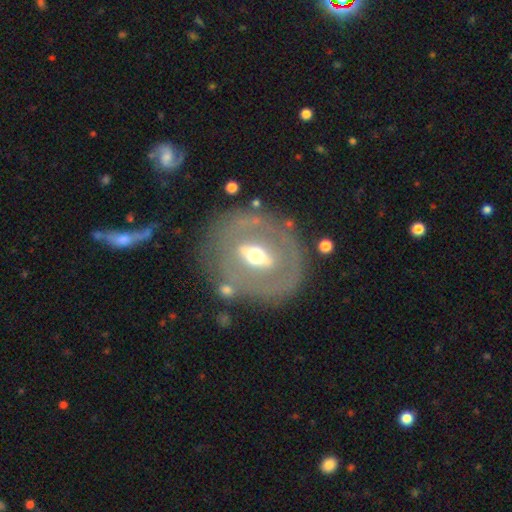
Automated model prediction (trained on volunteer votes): Smooth or featured?
  - featured or disk: 72% *
  - smooth: 22%
  - star or artifact: 6%
Edge-on disk?
  - no: 86% *
  - yes: 14%
Bar?
  - strong: 52% *
  - weak: 29%
  - no: 19%
Spiral arms?
  - no: 78% *
  - yes: 22%
Bulge size?
  - moderate: 69% *
  - small: 19%
  - large: 10%
  - dominant: 1%
  - none: 1%
Merging?
  - none: 72% *
  - minor disturbance: 14%
  - major disturbance: 9%
  - merger: 5%